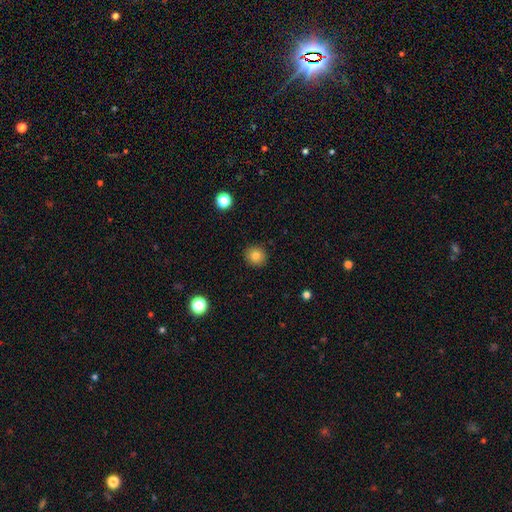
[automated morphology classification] type=smooth (81%); roundness=round (88%); merging=none (91%).